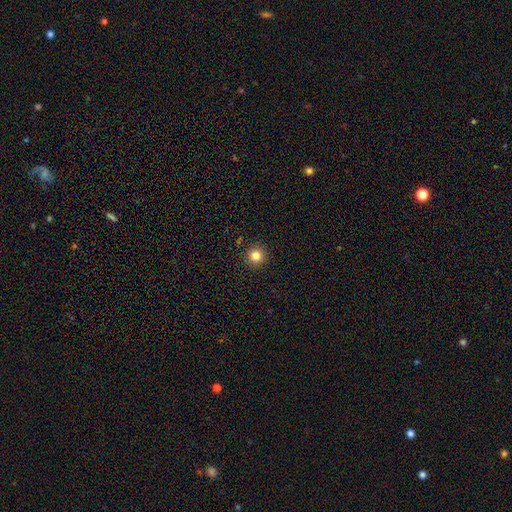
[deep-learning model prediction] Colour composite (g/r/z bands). It shows a smooth galaxy with no disk features (82%) that is round (95%). Merging: none (93%).